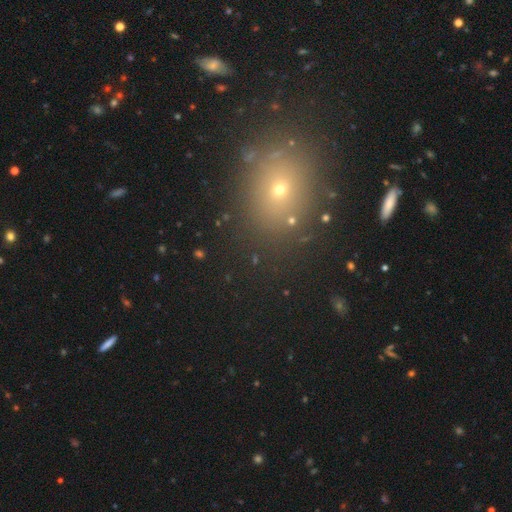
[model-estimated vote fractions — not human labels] smooth 53%, star or artifact 36%, featured or disk 11%. Down the decision tree: how rounded — round (56%); merging — none (85%).